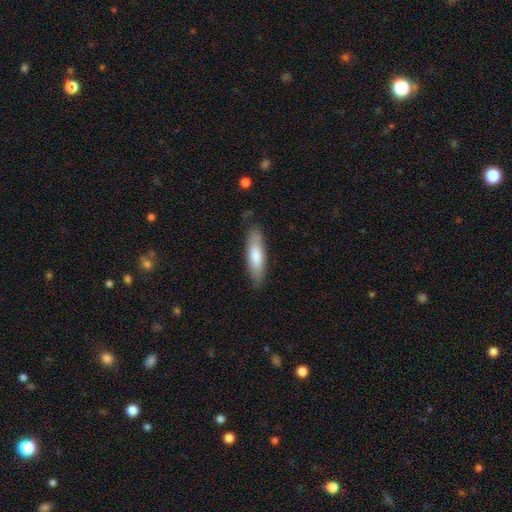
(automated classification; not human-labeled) Morphology: type=smooth (75%); roundness=cigar-shaped (59%); merging=none (81%).